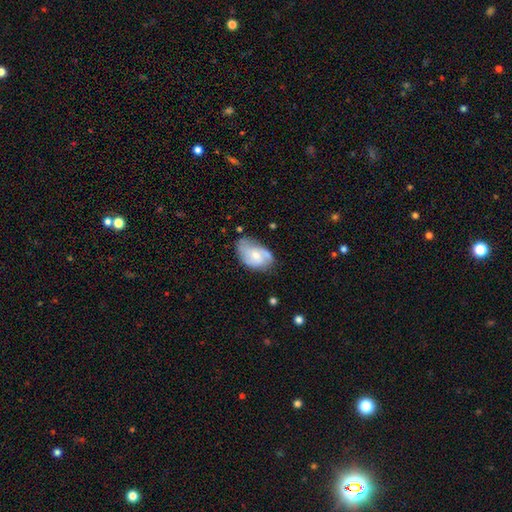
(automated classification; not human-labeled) Smooth or featured? Predicted: featured or disk (p=0.53). Edge-on disk? Predicted: no (p=0.96). Bar? Predicted: no (p=0.67). Spiral arms? Predicted: yes (p=0.77). Bulge size? Predicted: small (p=0.49). Merging? Predicted: none (p=0.54).